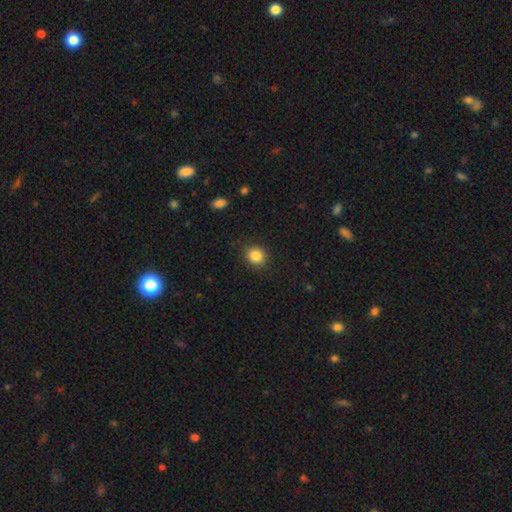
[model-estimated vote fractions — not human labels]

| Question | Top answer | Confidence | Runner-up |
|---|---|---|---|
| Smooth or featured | smooth | 85% | star or artifact (10%) |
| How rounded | round | 82% | in between (17%) |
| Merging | none | 88% | minor disturbance (8%) |